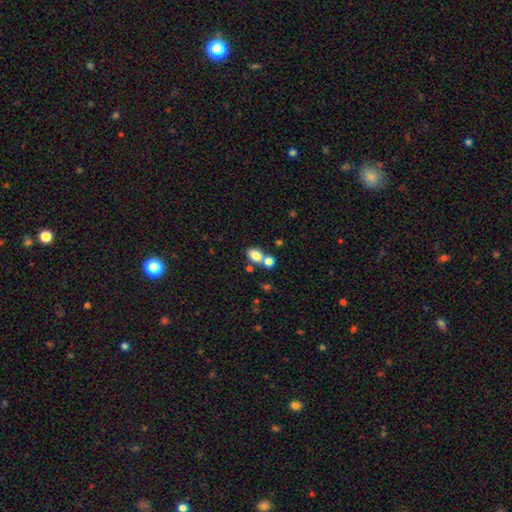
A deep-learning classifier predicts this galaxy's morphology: A smooth galaxy with no disk features (82%) that is in between round and cigar-shaped (81%). Merging: none (45%).